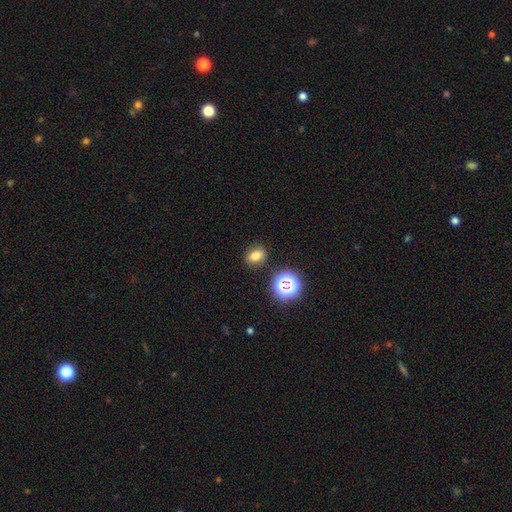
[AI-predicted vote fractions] A smooth galaxy with no disk features (75%) that is in between round and cigar-shaped (62%). Merging: none (85%).